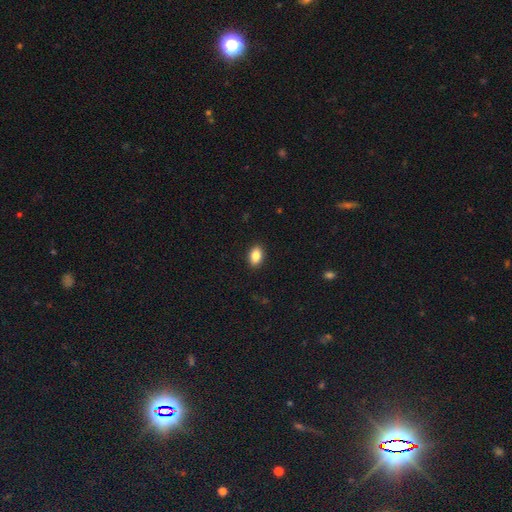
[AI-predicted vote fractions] Smooth or featured?
  - smooth: 86% *
  - star or artifact: 8%
  - featured or disk: 6%
How rounded?
  - in between: 88% *
  - round: 10%
  - cigar-shaped: 2%
Merging?
  - none: 90% *
  - minor disturbance: 7%
  - major disturbance: 2%
  - merger: 1%